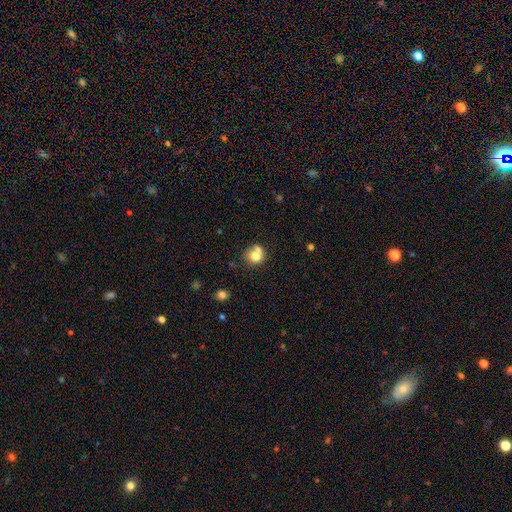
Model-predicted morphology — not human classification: Q: Smooth or featured?
A: smooth (74%); runner-up: featured or disk (15%)
Q: How rounded?
A: round (82%); runner-up: in between (17%)
Q: Merging?
A: none (47%); runner-up: merger (36%)